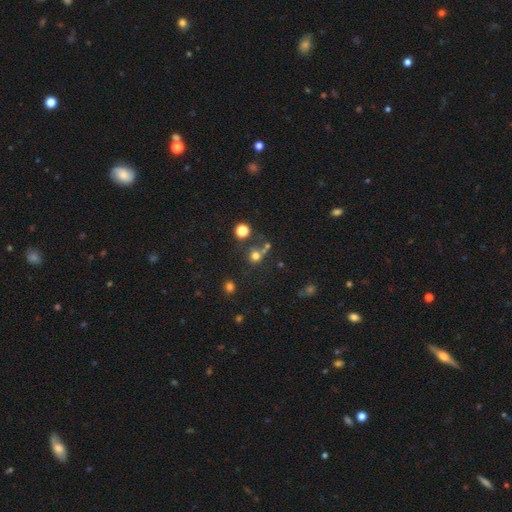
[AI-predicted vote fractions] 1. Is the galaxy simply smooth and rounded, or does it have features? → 70% smooth, 21% star or artifact, 10% featured or disk.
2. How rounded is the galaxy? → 87% round, 12% in between, 1% cigar-shaped.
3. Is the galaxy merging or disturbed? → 57% none, 25% merger, 11% minor disturbance, 7% major disturbance.